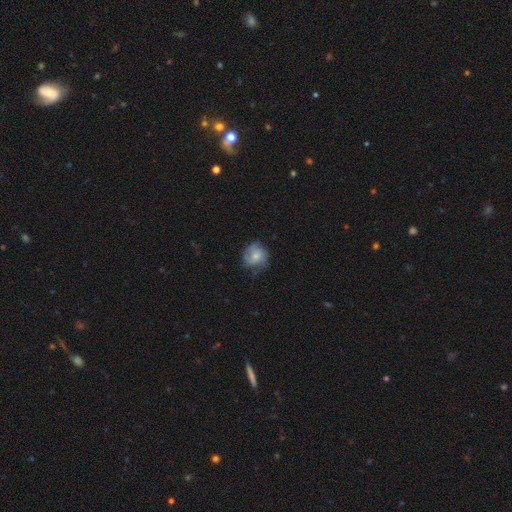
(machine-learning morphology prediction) Smooth or featured: smooth — 53% (featured or disk — 39%)
How rounded: round — 79% (in between — 20%)
Merging: none — 63% (minor disturbance — 26%)